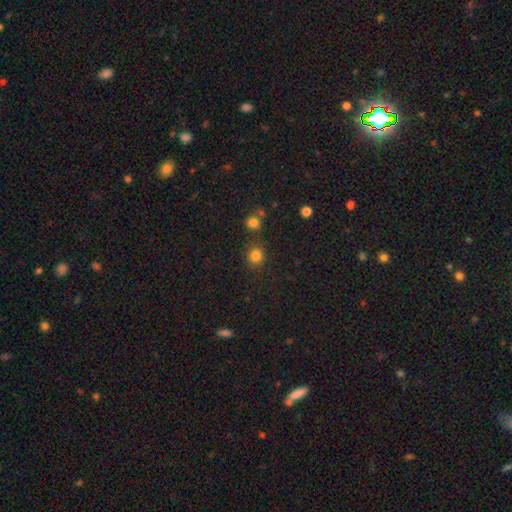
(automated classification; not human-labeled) smooth 82%, star or artifact 14%, featured or disk 5%. Down the decision tree: how rounded — round (86%); merging — none (80%).